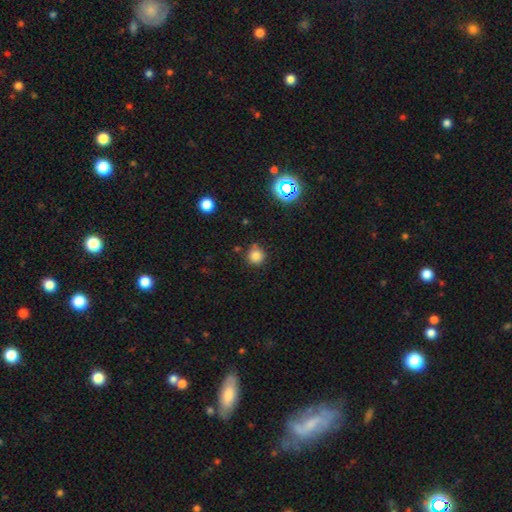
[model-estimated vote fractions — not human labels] Q: Smooth or featured?
A: smooth (81%); runner-up: star or artifact (14%)
Q: How rounded?
A: round (92%); runner-up: in between (7%)
Q: Merging?
A: none (76%); runner-up: minor disturbance (15%)